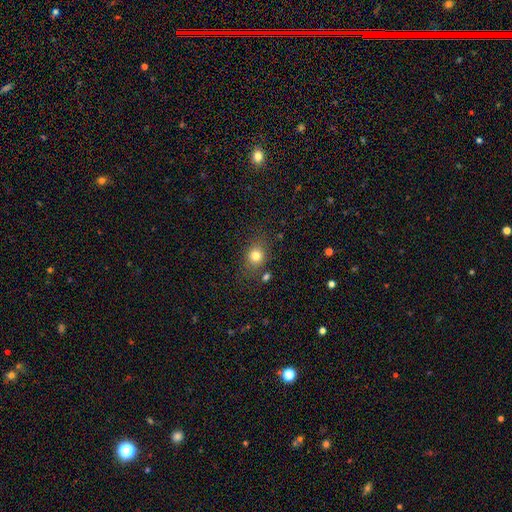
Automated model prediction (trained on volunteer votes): This is likely a smooth galaxy (79%). How rounded: likely round (66%). Merging: likely none (77%).